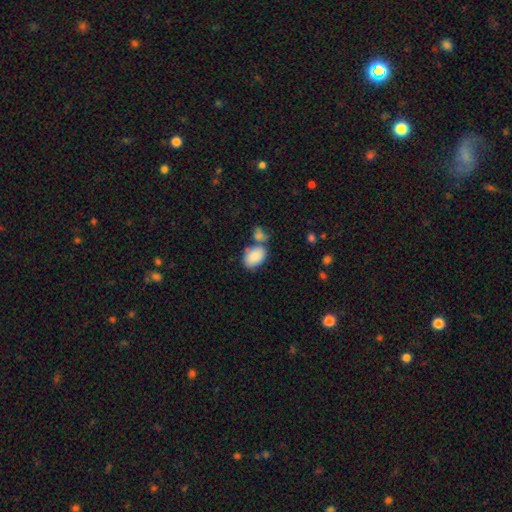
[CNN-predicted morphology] A smooth galaxy with no disk features (87%) that is in between round and cigar-shaped (88%). Merging: none (49%).